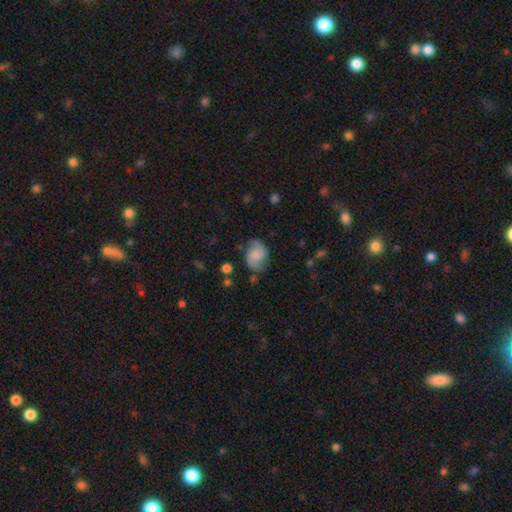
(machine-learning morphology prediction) Smooth or featured? Predicted: smooth (p=0.52). How rounded? Predicted: in between (p=0.75). Merging? Predicted: none (p=0.66).